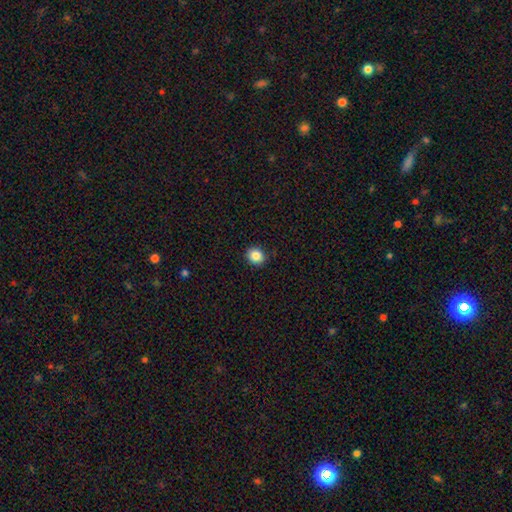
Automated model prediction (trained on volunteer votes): This is clearly a smooth galaxy (85%). How rounded: likely round (80%). Merging: clearly none (89%).